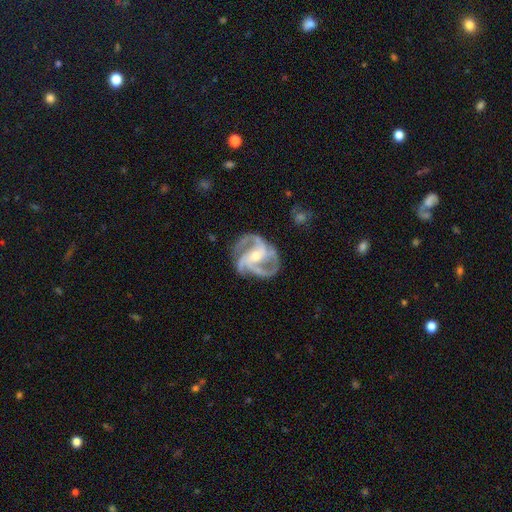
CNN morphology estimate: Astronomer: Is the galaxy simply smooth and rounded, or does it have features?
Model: featured or disk — 92%.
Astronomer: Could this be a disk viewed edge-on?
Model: no — 98%.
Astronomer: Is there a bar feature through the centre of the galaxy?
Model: no — 45% (runner-up: weak, 33%).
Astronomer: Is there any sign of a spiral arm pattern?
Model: yes — 98%.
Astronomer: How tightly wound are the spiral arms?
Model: medium — 56%.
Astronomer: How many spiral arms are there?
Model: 3 — 61%.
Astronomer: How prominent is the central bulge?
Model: small — 51% (runner-up: moderate, 46%).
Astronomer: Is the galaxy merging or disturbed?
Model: none — 73%.